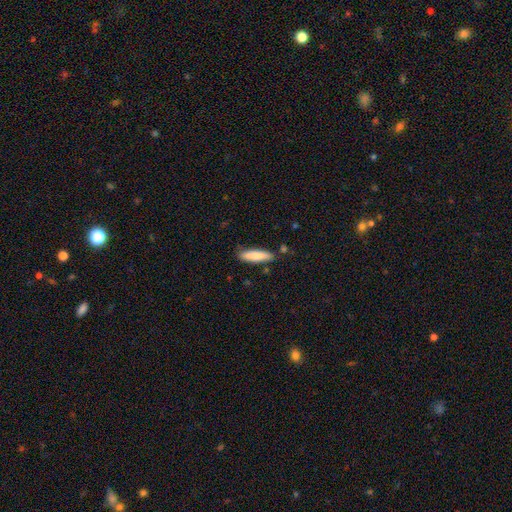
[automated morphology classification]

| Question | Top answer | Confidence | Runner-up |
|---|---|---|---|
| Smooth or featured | smooth | 84% | featured or disk (11%) |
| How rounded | cigar-shaped | 68% | in between (30%) |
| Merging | none | 82% | minor disturbance (12%) |